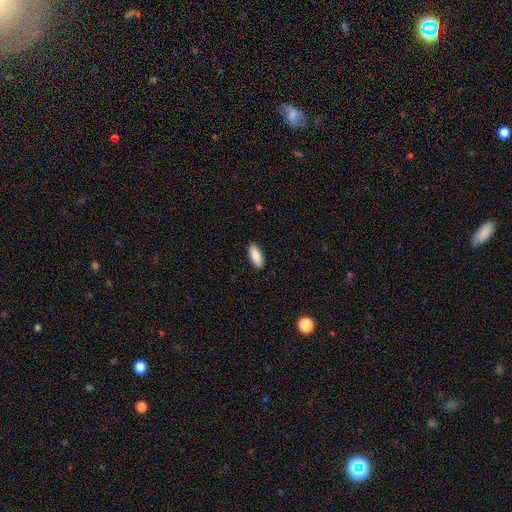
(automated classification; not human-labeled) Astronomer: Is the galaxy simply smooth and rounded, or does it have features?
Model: smooth — 88%.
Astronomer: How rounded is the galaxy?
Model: in between — 76%.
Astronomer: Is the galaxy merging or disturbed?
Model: none — 90%.